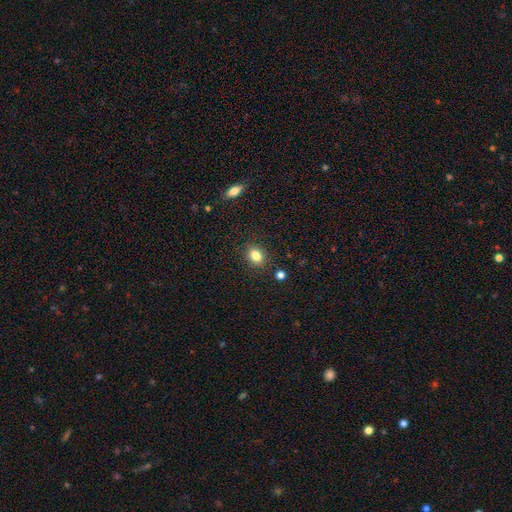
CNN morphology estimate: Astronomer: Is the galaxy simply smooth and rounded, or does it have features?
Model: smooth — 82%.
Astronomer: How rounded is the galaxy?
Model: in between — 61% (runner-up: round, 38%).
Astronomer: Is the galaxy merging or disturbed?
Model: none — 86%.